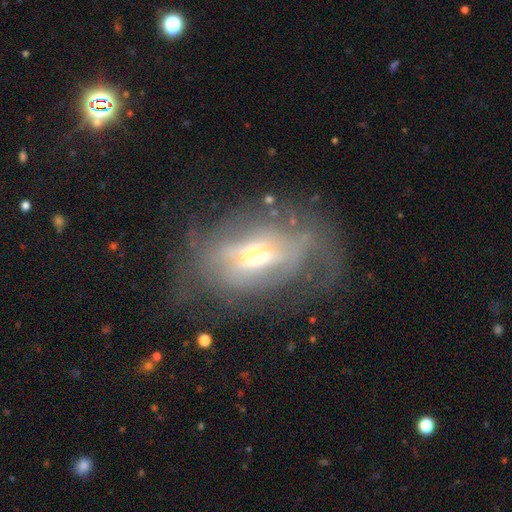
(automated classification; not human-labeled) Smooth or featured?
  - featured or disk: 66% *
  - smooth: 24%
  - star or artifact: 10%
Edge-on disk?
  - no: 83% *
  - yes: 17%
Bar?
  - no: 42% *
  - weak: 30%
  - strong: 28%
Spiral arms?
  - no: 54% *
  - yes: 46%
Bulge size?
  - moderate: 49% *
  - small: 39%
  - large: 8%
  - dominant: 2%
  - none: 2%
Merging?
  - none: 40% *
  - major disturbance: 36%
  - minor disturbance: 21%
  - merger: 3%